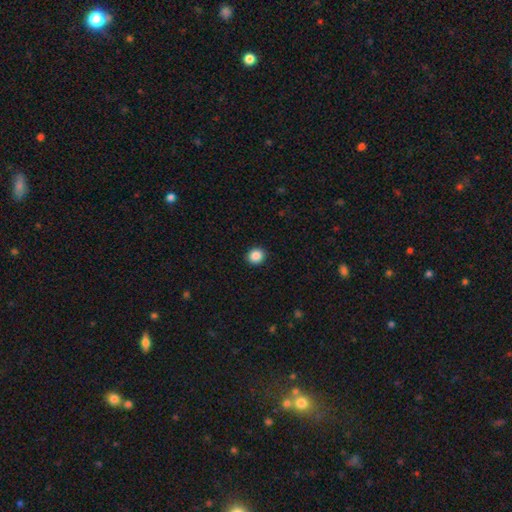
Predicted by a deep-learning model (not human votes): The model was most divided on "how rounded": round: 86%, in between: 13%, cigar-shaped: 1%. More confident: merging — none (92%); smooth or featured — smooth (87%).